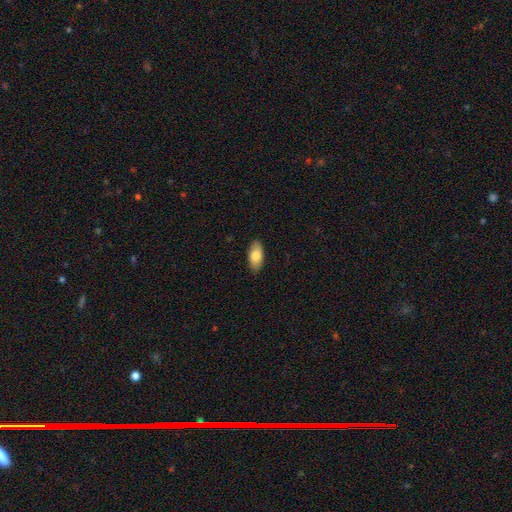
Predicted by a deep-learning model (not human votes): Smooth or featured: smooth — 81% (featured or disk — 13%)
How rounded: in between — 92% (cigar-shaped — 6%)
Merging: none — 88% (minor disturbance — 9%)